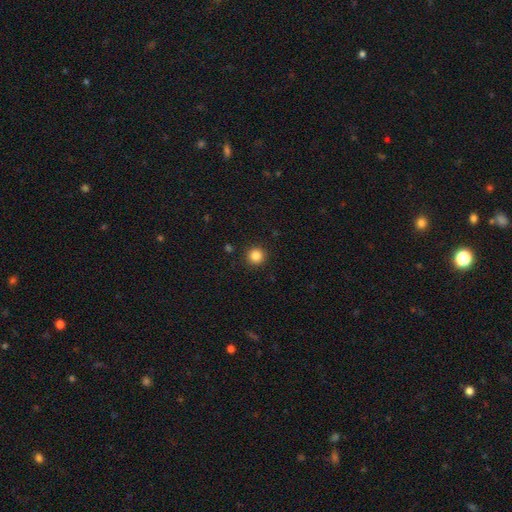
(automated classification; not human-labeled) This appears to be a smooth galaxy with no disk features (85%) that is round (95%). Merging: none (92%).